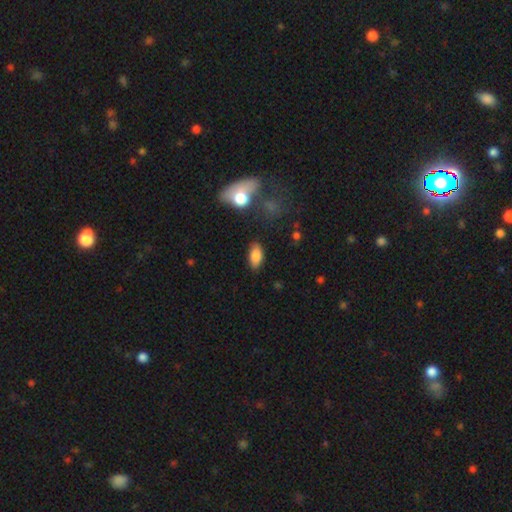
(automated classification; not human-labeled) A smooth galaxy with no disk features (84%) that is in between round and cigar-shaped (92%). Merging: none (84%).